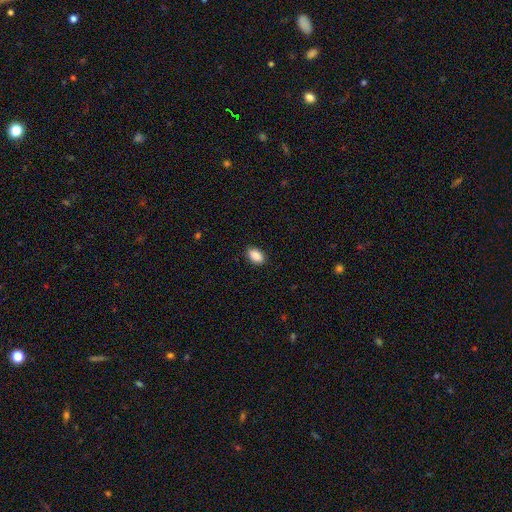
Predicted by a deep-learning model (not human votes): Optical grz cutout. It shows a smooth galaxy with no disk features (88%) that is in between round and cigar-shaped (92%). Merging: none (90%).